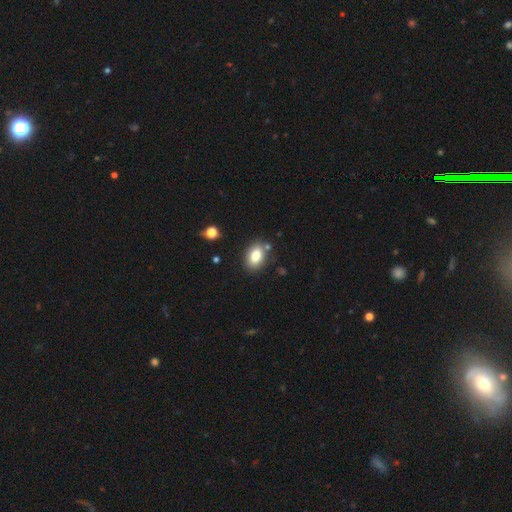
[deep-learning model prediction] Smooth or featured? Predicted: smooth (p=0.82). How rounded? Predicted: in between (p=0.85). Merging? Predicted: none (p=0.81).